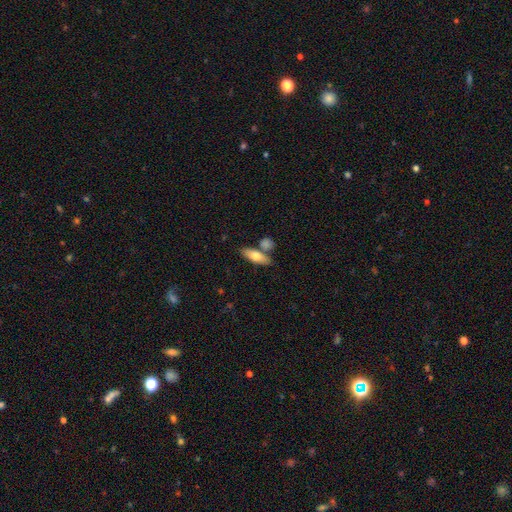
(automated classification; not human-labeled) smooth 70%, featured or disk 24%, star or artifact 6%. Down the decision tree: how rounded — in between (64%); merging — none (65%).